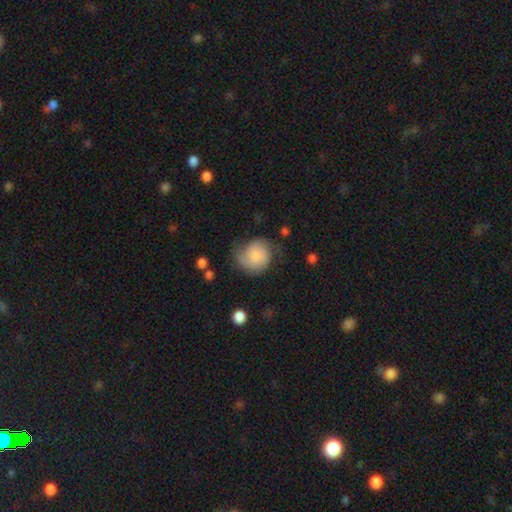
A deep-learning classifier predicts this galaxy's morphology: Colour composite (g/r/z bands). It shows a smooth galaxy with no disk features (58%) that is round (76%). Merging: none (49%).